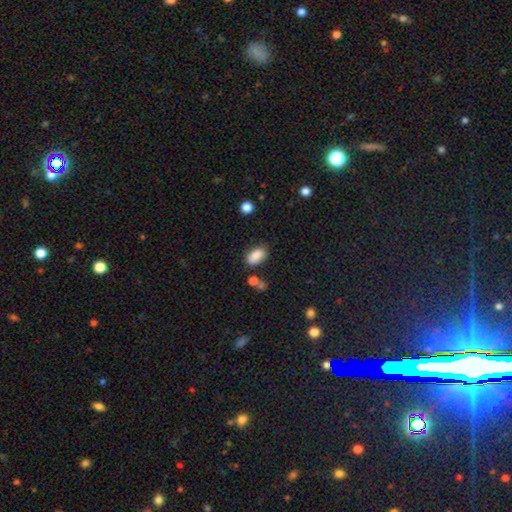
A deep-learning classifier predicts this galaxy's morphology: smooth_or_featured: smooth (p=0.87) [alt: star or artifact p=0.09]
how_rounded: in between (p=0.91) [alt: round p=0.06]
merging: none (p=0.73) [alt: minor disturbance p=0.17]